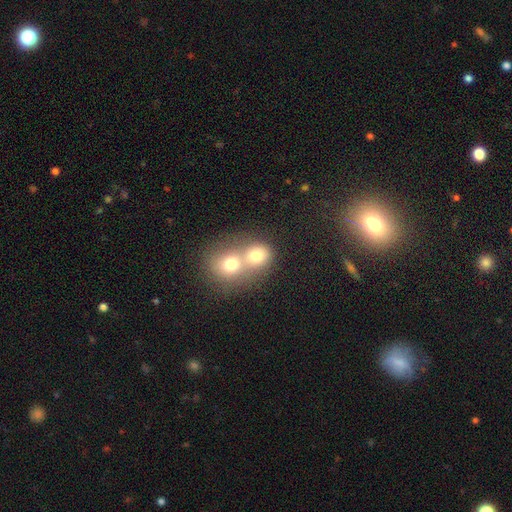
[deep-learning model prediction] smooth_or_featured: smooth (p=0.73) [alt: featured or disk p=0.15]
how_rounded: round (p=0.72) [alt: in between p=0.27]
merging: merger (p=0.65) [alt: none p=0.26]